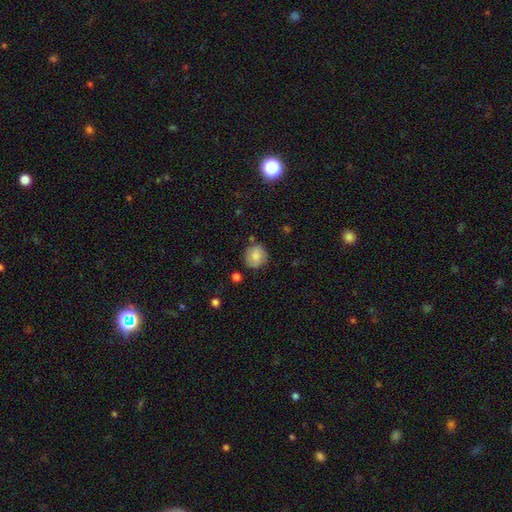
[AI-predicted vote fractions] smooth-or-featured: smooth: 73% | featured or disk: 19% | star or artifact: 9%
  how-rounded: round: 84% | in between: 15% | cigar-shaped: 1%
  merging: none: 76% | minor disturbance: 16% | major disturbance: 4% | merger: 4%